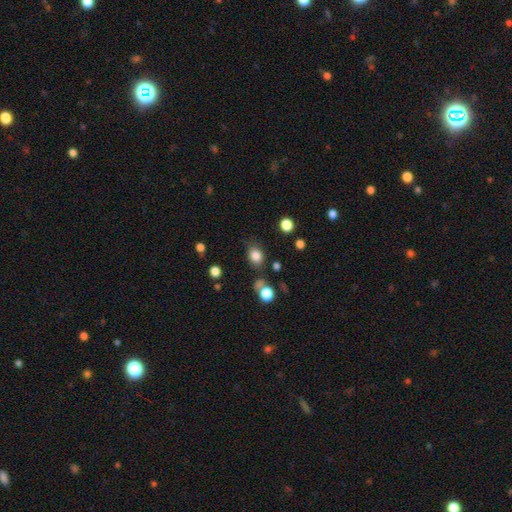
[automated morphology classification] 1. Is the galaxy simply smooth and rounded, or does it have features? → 83% smooth, 11% star or artifact, 7% featured or disk.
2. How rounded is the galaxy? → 63% in between, 36% round, 1% cigar-shaped.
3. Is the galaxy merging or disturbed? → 70% none, 17% minor disturbance, 6% merger, 6% major disturbance.